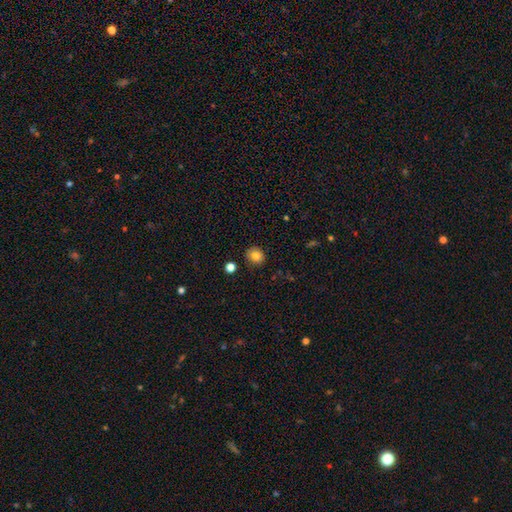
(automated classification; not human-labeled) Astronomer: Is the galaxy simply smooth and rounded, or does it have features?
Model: smooth — 83%.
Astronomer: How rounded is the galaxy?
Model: round — 80%.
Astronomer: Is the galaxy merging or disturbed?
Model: none — 85%.